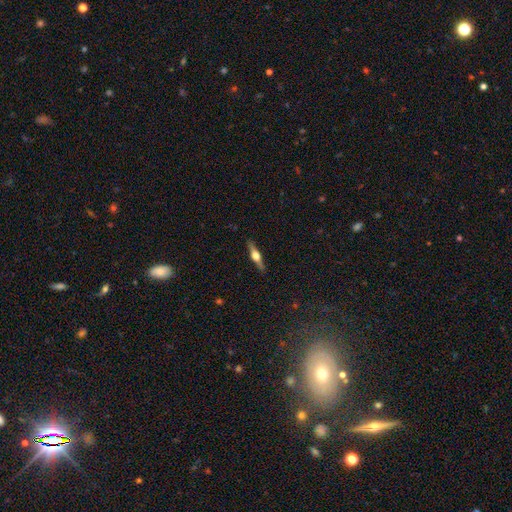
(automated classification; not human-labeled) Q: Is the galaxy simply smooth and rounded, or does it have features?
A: featured or disk — 69%.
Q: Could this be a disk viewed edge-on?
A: yes — 97%.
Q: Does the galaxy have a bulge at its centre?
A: rounded — 94%.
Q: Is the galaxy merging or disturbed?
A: none — 90%.